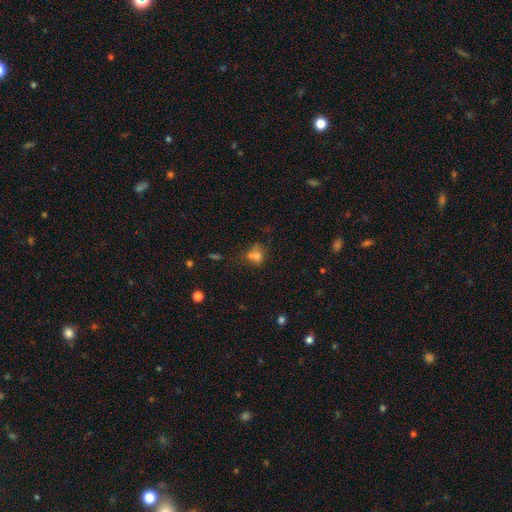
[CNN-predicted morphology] Overall: smooth (69%). How rounded: round (58%; in between 40%). Merging: none (41%; merger 25%).